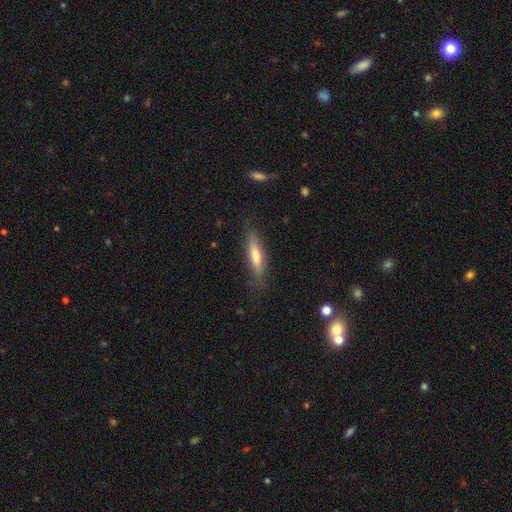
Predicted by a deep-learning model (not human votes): Smooth or featured? Predicted: smooth (p=0.60). How rounded? Predicted: cigar-shaped (p=0.77). Merging? Predicted: none (p=0.81).